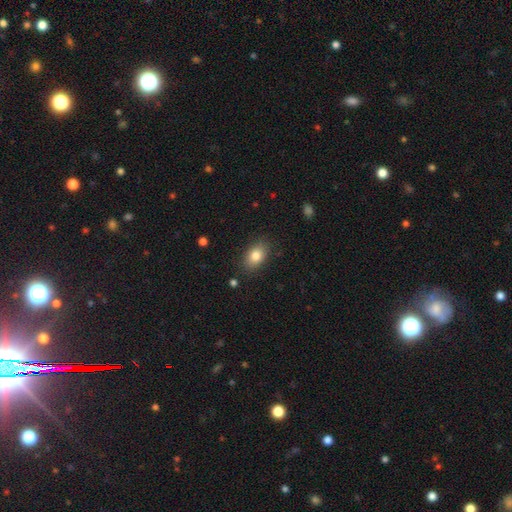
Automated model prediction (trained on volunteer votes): Smooth or featured: smooth — 82% (featured or disk — 9%)
How rounded: in between — 84% (round — 15%)
Merging: none — 84% (minor disturbance — 11%)